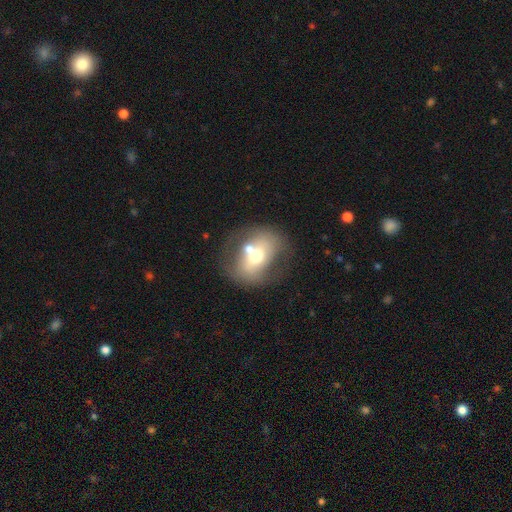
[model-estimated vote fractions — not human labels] Smooth or featured? Predicted: smooth (p=0.47). Merging? Predicted: none (p=0.48).